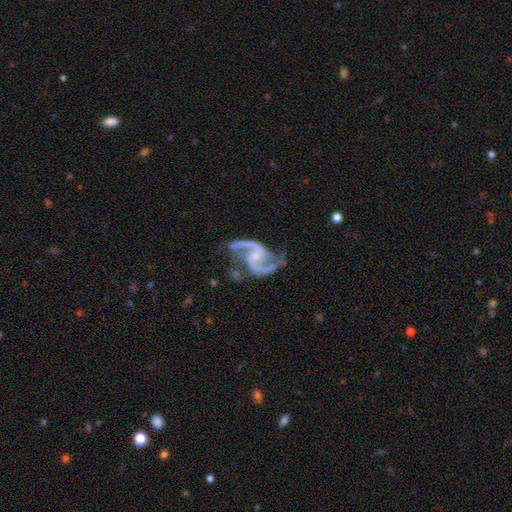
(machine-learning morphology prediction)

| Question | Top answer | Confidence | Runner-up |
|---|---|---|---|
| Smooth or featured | featured or disk | 94% | star or artifact (4%) |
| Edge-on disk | no | 98% | yes (2%) |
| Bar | no | 43% | weak (41%) |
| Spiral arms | yes | 98% | no (2%) |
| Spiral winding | medium | 55% | loose (34%) |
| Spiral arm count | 2 | 93% | 3 (2%) |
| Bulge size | small | 68% | moderate (24%) |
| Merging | none | 66% | minor disturbance (20%) |